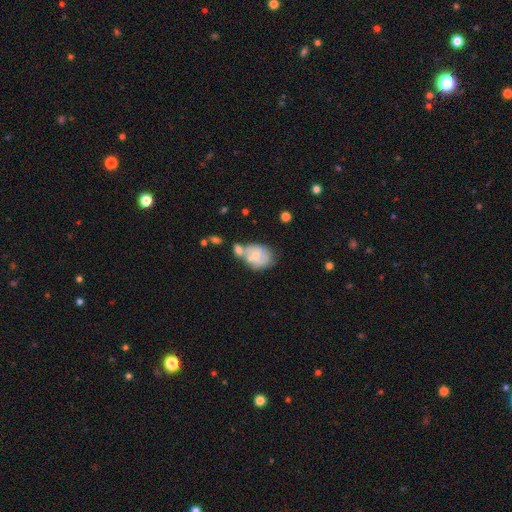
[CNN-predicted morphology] Smooth or featured? Predicted: smooth (p=0.56). How rounded? Predicted: in between (p=0.66). Merging? Predicted: merger (p=0.37).